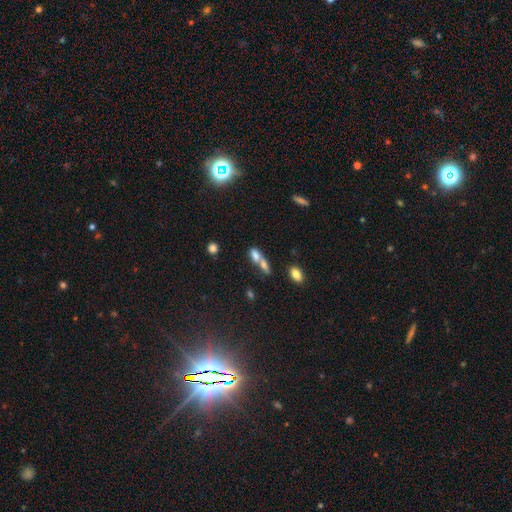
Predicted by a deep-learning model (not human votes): Smooth or featured: smooth — 68% (featured or disk — 19%)
How rounded: in between — 68% (cigar-shaped — 17%)
Merging: merger — 62% (none — 24%)